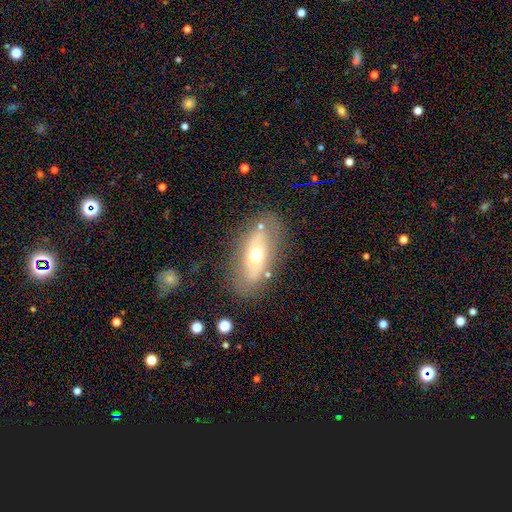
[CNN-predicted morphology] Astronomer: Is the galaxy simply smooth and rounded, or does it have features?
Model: smooth — 46%, tied with featured or disk at 46%.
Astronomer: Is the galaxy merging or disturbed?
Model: none — 71%.